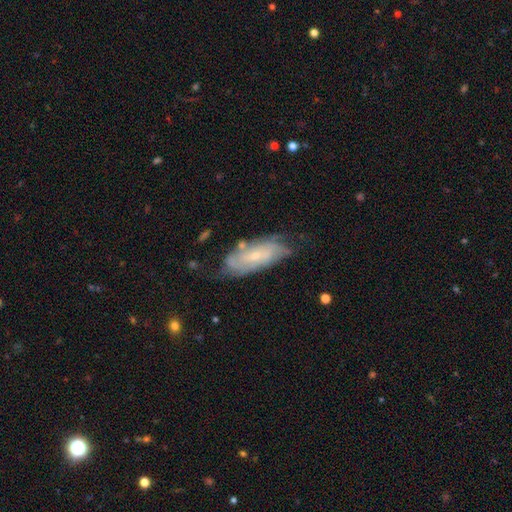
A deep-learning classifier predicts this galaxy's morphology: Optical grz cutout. It shows a featured or disk galaxy (70%) with no bar (67%), tight (59%) spiral arms (86%) and a small central bulge (74%). Merging: none (63%).